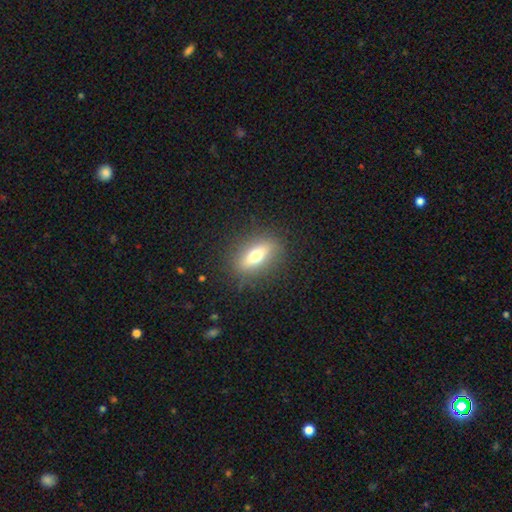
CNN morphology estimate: type=smooth (55%); roundness=in between (64%); merging=none (85%).